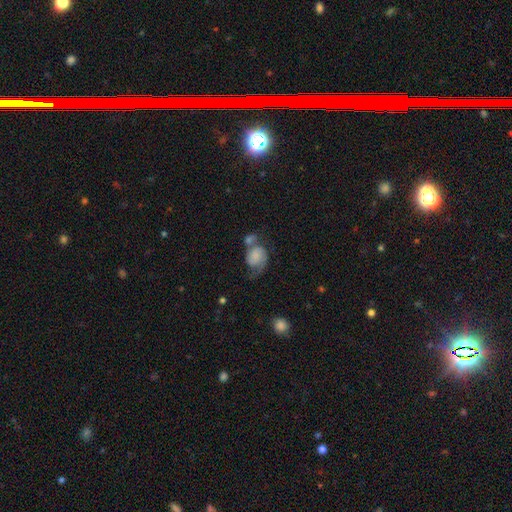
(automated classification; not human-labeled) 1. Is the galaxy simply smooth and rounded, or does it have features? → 49% smooth, 42% featured or disk, 9% star or artifact.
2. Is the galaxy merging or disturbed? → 29% merger, 28% none, 22% major disturbance, 21% minor disturbance.